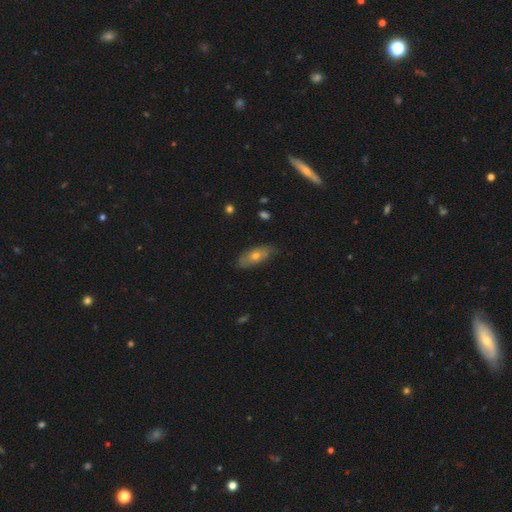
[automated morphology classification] Smooth or featured: smooth — 50% (featured or disk — 41%)
How rounded: in between — 76% (cigar-shaped — 19%)
Merging: none — 76% (minor disturbance — 19%)